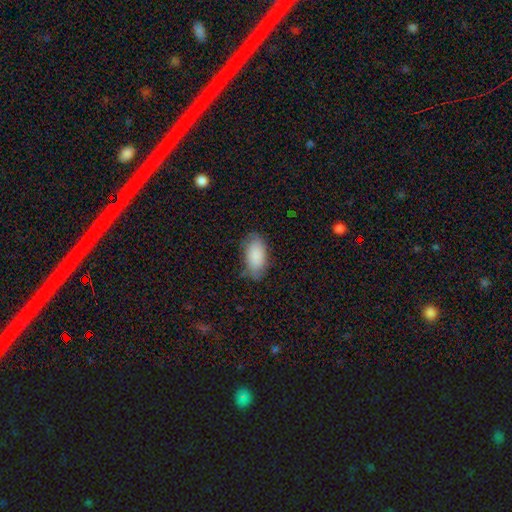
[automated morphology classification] smooth-or-featured: smooth: 86% | featured or disk: 7% | star or artifact: 6%
  how-rounded: in between: 94% | cigar-shaped: 4% | round: 3%
  merging: none: 72% | minor disturbance: 21% | major disturbance: 5% | merger: 2%